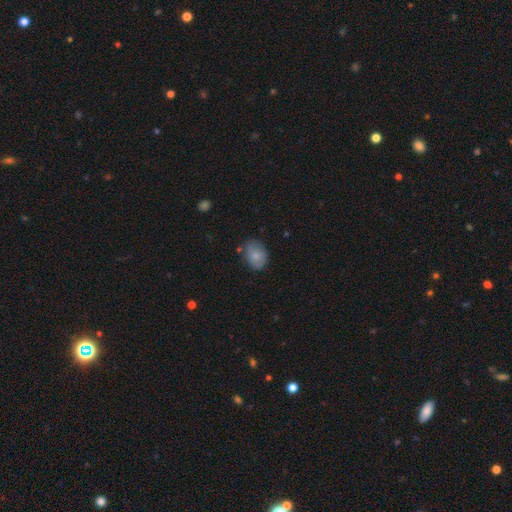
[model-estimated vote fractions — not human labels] This is likely a smooth galaxy (80%). How rounded: likely in between (73%). Merging: likely none (69%).